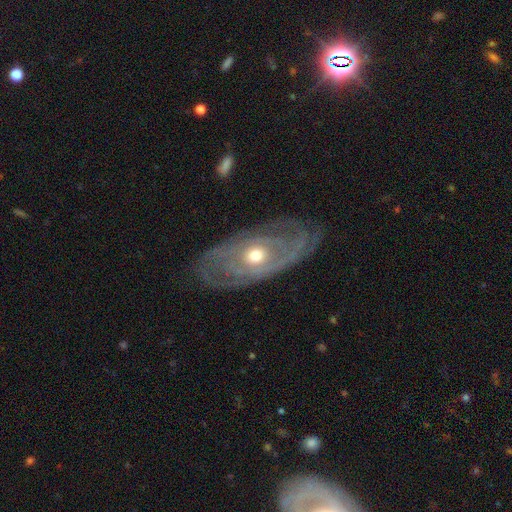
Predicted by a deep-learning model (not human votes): Smooth or featured? featured or disk (80%)
Edge-on disk? no (89%)
Bar? no (86%)
Spiral arms? yes (64%)
Bulge size? moderate (69%)
Merging? none (75%)